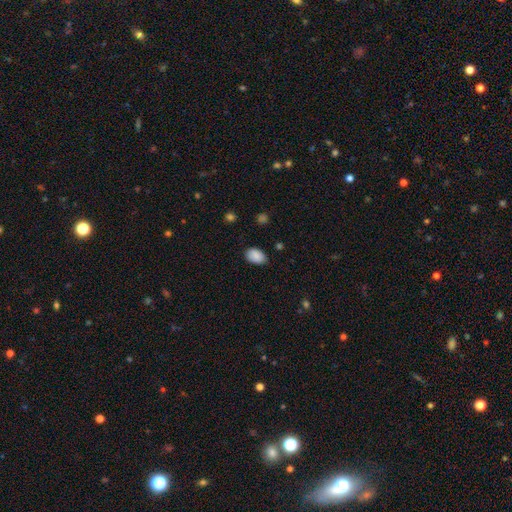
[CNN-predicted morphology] smooth 88%, star or artifact 7%, featured or disk 4%. Down the decision tree: how rounded — in between (90%); merging — none (78%).